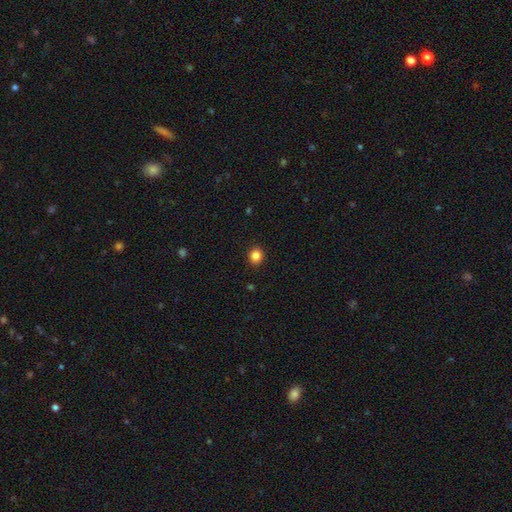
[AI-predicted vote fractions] Smooth or featured? Predicted: smooth (p=0.85). How rounded? Predicted: round (p=0.76). Merging? Predicted: none (p=0.91).